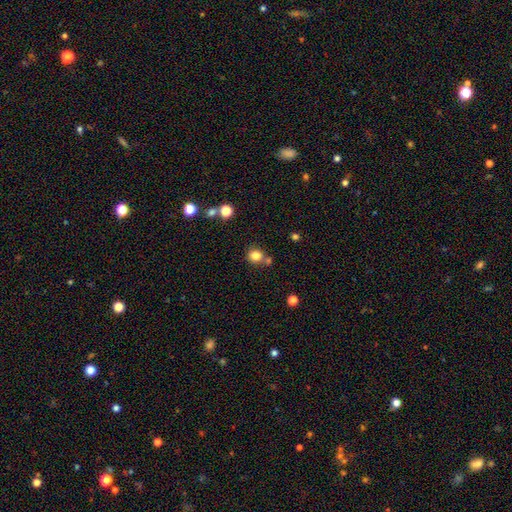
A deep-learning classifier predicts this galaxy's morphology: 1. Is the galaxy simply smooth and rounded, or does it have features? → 81% smooth, 12% star or artifact, 6% featured or disk.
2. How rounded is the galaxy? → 84% round, 15% in between, 1% cigar-shaped.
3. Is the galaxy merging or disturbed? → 64% none, 21% merger, 11% minor disturbance, 4% major disturbance.